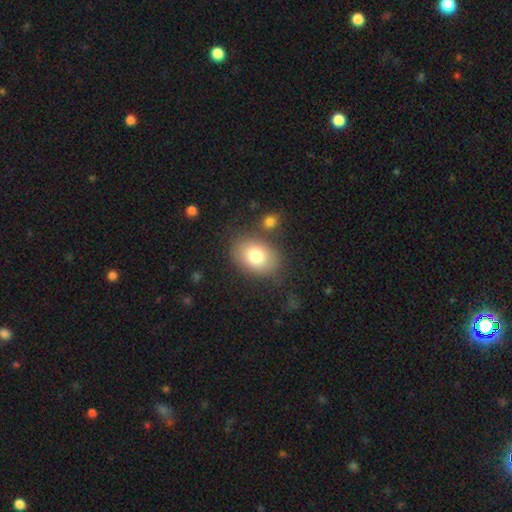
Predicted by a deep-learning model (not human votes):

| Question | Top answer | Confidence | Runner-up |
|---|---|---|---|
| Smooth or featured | smooth | 79% | featured or disk (13%) |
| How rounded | in between | 74% | round (25%) |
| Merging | none | 74% | minor disturbance (14%) |